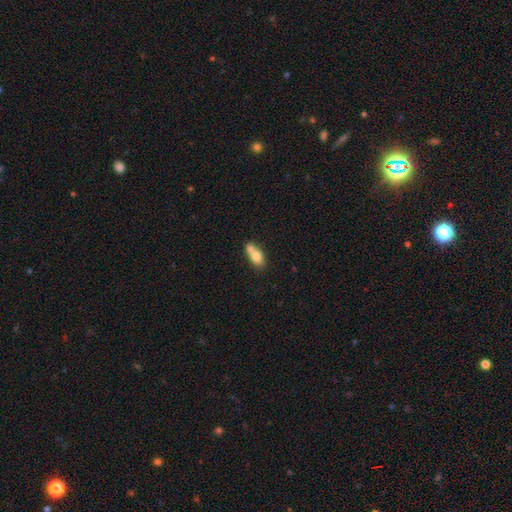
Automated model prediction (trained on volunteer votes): Overall: smooth (71%). How rounded: in between (75%). Merging: merger (58%; none 28%).